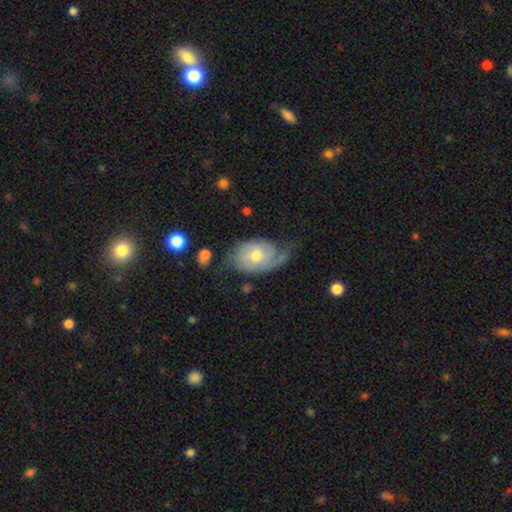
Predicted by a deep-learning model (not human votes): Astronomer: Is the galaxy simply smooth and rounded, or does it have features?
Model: featured or disk — 66%.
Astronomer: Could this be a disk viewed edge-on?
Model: no — 95%.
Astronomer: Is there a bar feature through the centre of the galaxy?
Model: no — 70%.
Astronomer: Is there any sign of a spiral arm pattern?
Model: yes — 87%.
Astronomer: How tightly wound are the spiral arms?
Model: tight — 35%, tied with medium at 35%.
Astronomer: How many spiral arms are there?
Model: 2 — 45% (runner-up: 1, 33%).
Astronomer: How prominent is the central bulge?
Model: moderate — 63%.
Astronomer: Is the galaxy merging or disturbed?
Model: none — 44% (runner-up: minor disturbance, 29%).